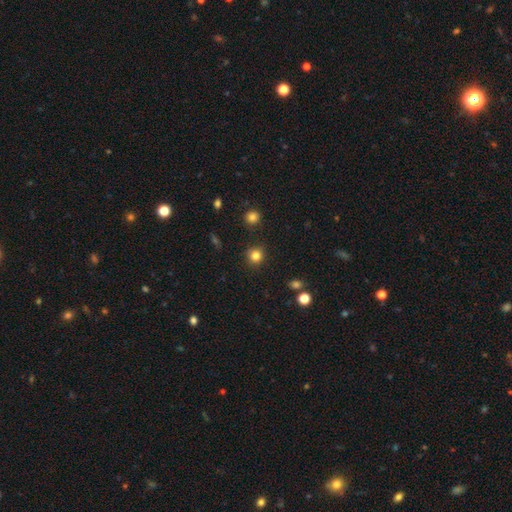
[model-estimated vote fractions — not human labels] Smooth or featured?
  - smooth: 83% *
  - star or artifact: 12%
  - featured or disk: 5%
How rounded?
  - round: 91% *
  - in between: 8%
  - cigar-shaped: 1%
Merging?
  - none: 89% *
  - minor disturbance: 7%
  - major disturbance: 2%
  - merger: 2%